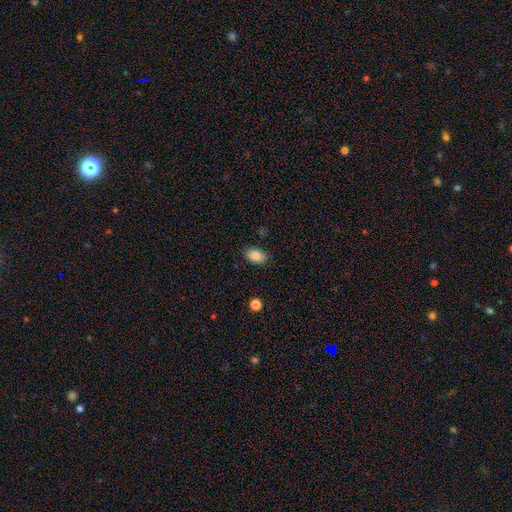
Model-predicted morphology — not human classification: type=smooth (86%); roundness=in between (89%); merging=none (84%).